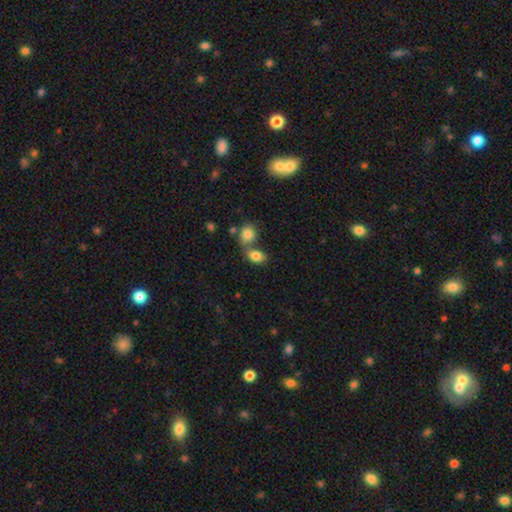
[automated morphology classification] Smooth or featured? smooth (82%)
How rounded? in between (81%)
Merging? merger (46%)